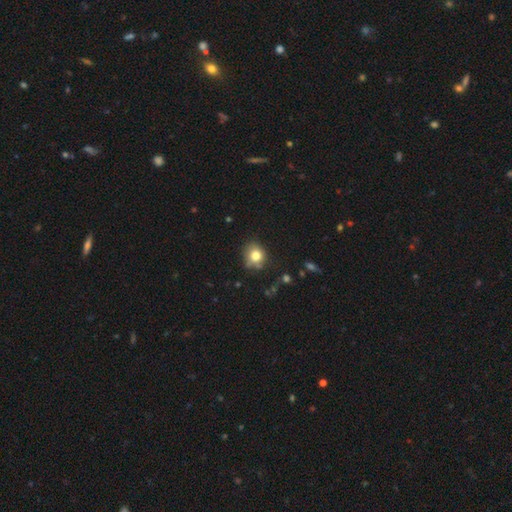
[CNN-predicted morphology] Smooth or featured? Predicted: smooth (p=0.78). How rounded? Predicted: round (p=0.76). Merging? Predicted: none (p=0.71).